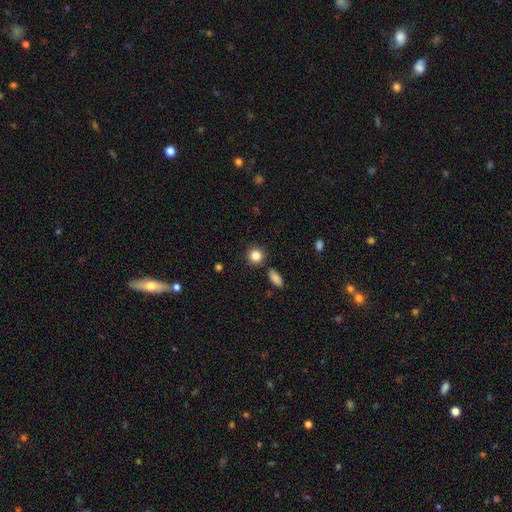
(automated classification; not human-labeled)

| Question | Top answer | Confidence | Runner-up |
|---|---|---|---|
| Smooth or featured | smooth | 85% | star or artifact (10%) |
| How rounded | round | 87% | in between (11%) |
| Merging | none | 85% | minor disturbance (8%) |